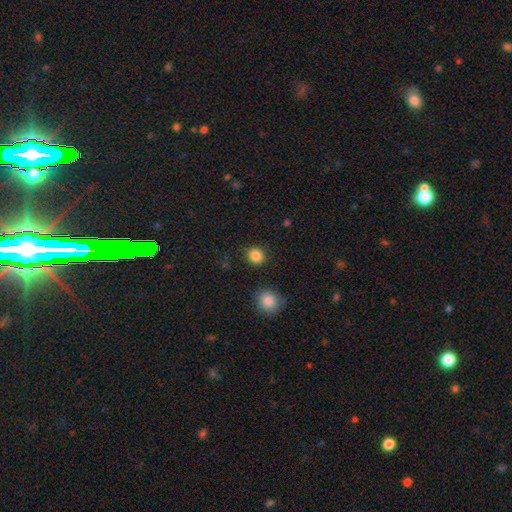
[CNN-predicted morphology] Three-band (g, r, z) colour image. It shows a smooth galaxy with no disk features (86%) that is round (78%). Merging: none (87%).